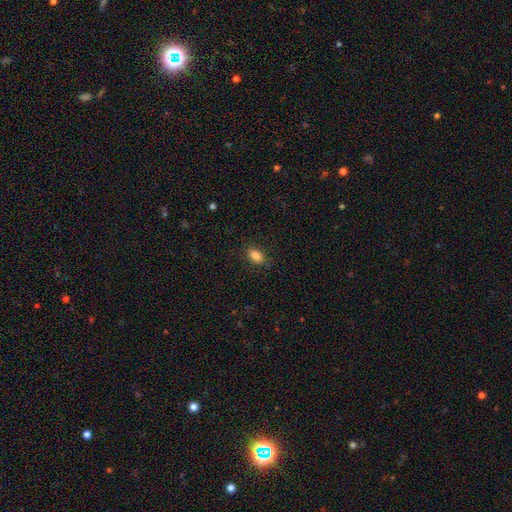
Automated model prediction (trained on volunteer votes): Overall: smooth (86%). How rounded: in between (88%). Merging: none (85%).